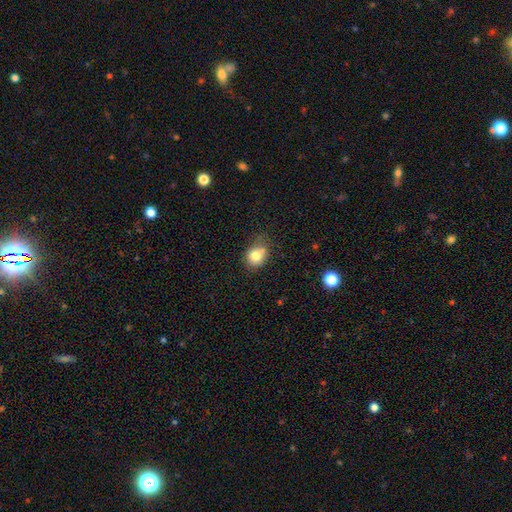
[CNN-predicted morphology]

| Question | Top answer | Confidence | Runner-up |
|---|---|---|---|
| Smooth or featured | smooth | 79% | star or artifact (11%) |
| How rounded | round | 58% | in between (42%) |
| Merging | none | 56% | minor disturbance (30%) |